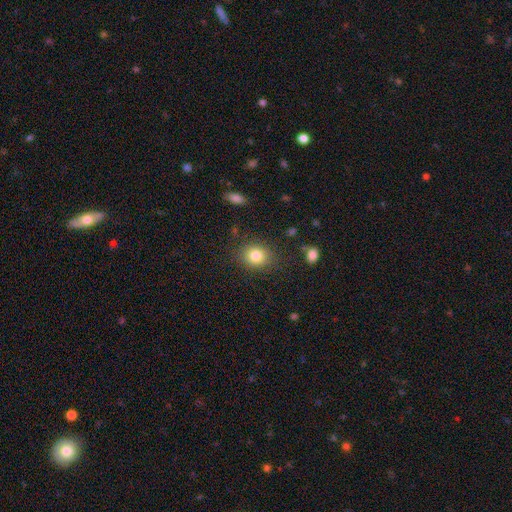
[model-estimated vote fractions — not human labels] Smooth or featured?
  - smooth: 82% *
  - star or artifact: 10%
  - featured or disk: 7%
How rounded?
  - round: 64% *
  - in between: 35%
  - cigar-shaped: 1%
Merging?
  - none: 84% *
  - minor disturbance: 11%
  - major disturbance: 4%
  - merger: 2%